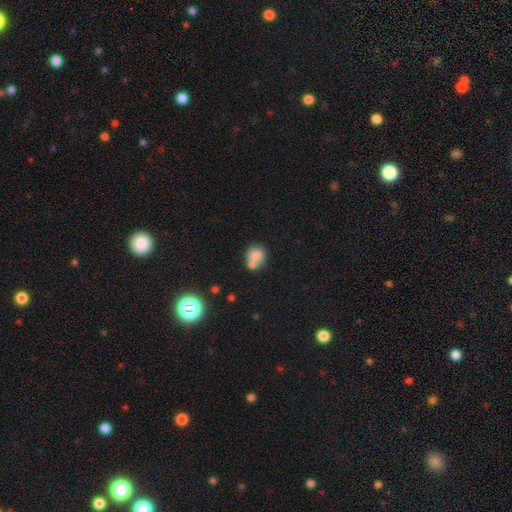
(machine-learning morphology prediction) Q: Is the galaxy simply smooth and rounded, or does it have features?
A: smooth — 75%.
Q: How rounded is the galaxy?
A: round — 73%.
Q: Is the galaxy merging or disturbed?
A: none — 46%.